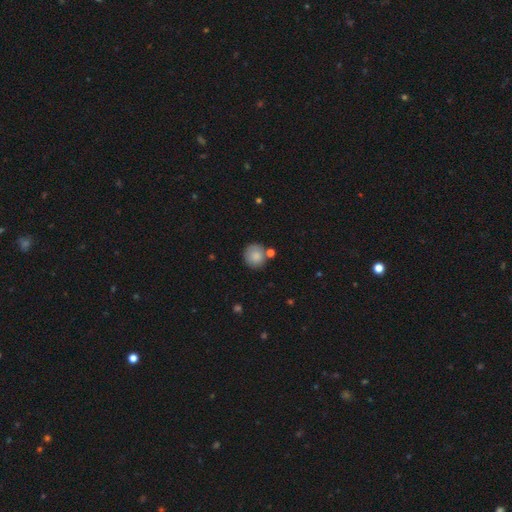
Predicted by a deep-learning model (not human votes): Overall: smooth (84%). How rounded: round (91%). Merging: none (75%).